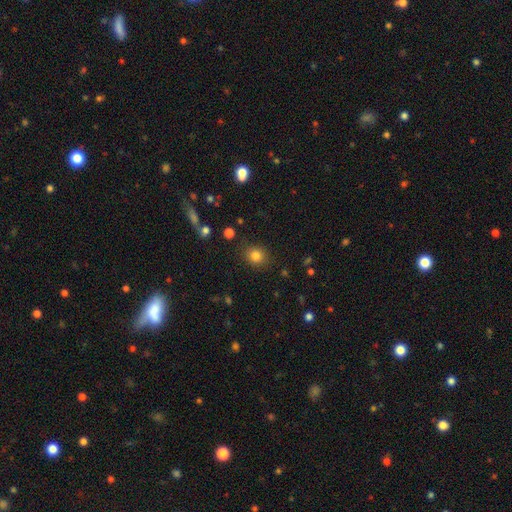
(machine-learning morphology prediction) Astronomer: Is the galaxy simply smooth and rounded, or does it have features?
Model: smooth — 82%.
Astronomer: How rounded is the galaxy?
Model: round — 78%.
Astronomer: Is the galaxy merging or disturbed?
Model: none — 85%.